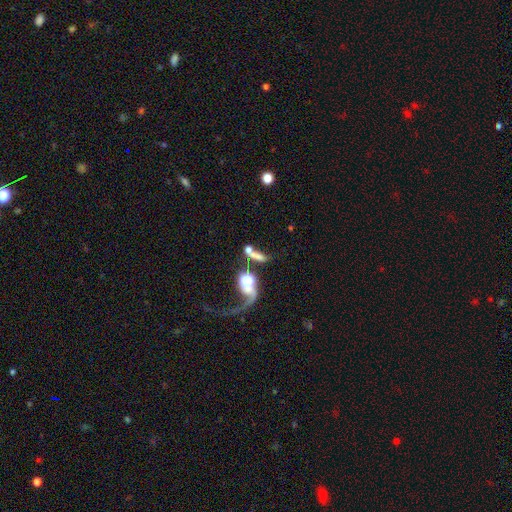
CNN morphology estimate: Smooth or featured? smooth (50%)
How rounded? in between (43%)
Merging? merger (40%)